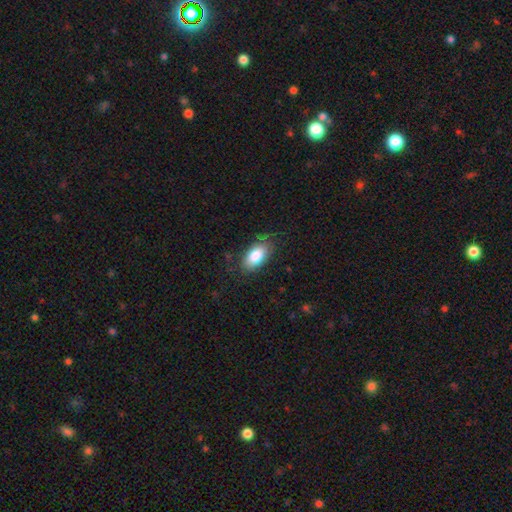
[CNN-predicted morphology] This appears to be a smooth galaxy with no disk features (81%) that is in between round and cigar-shaped (93%). Merging: none (74%).